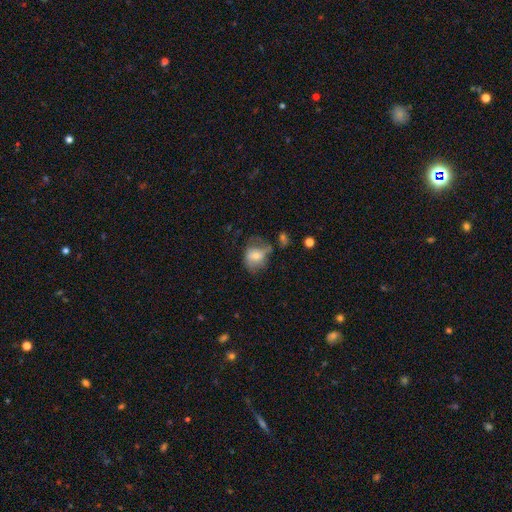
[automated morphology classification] A smooth galaxy with no disk features (56%) that is in between round and cigar-shaped (52%).

Vote fractions:
- Smooth or featured? smooth: 56% / featured or disk: 35% / star or artifact: 10%
- How rounded? in between: 52% / round: 47% / cigar-shaped: 1%
- Merging? none: 35% / major disturbance: 31% / minor disturbance: 28% / merger: 6%